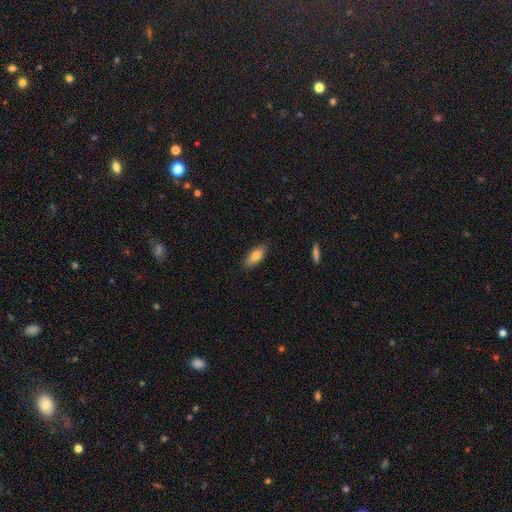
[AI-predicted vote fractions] A smooth galaxy with no disk features (77%) that is in between round and cigar-shaped (75%). Merging: none (85%).